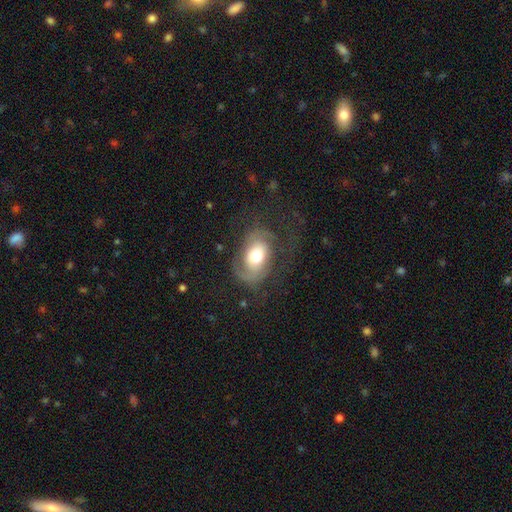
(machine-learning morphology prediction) This is possibly a featured or disk galaxy (57%). It is clearly not viewed edge-on (95%). Bar: likely no (72%). Spiral arm pattern: likely yes (75%). Central bulge: likely moderate (61%). Merging: possibly none (53%).